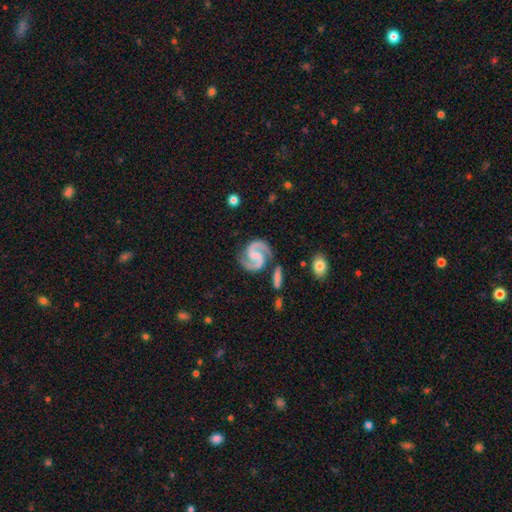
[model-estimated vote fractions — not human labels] The model was most divided on "bar": weak: 44%, no: 35%, strong: 21%. Remaining: spiral arms — yes (99%); edge-on disk — no (98%); spiral arm count — 2 (95%); smooth or featured — featured or disk (93%); merging — none (79%); spiral winding — medium (65%); bulge size — small (44%).